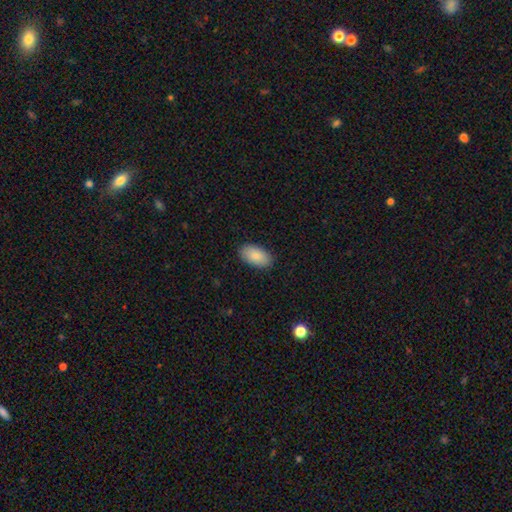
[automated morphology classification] A smooth galaxy with no disk features (88%) that is in between round and cigar-shaped (95%). Merging: none (88%).